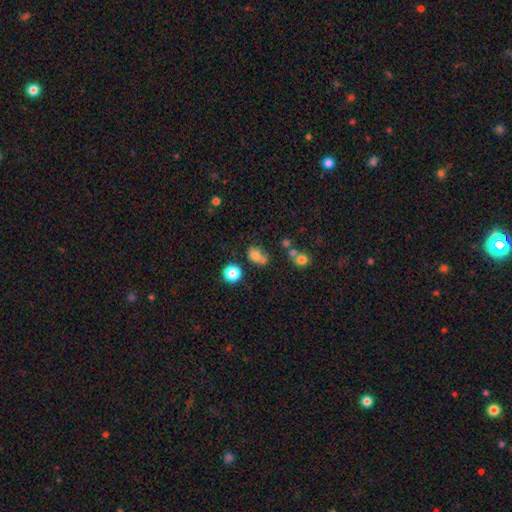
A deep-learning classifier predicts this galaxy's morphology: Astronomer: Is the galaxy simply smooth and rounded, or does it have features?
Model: smooth — 74%.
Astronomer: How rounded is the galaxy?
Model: in between — 60% (runner-up: round, 38%).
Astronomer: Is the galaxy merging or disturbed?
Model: none — 42% (runner-up: merger, 25%).